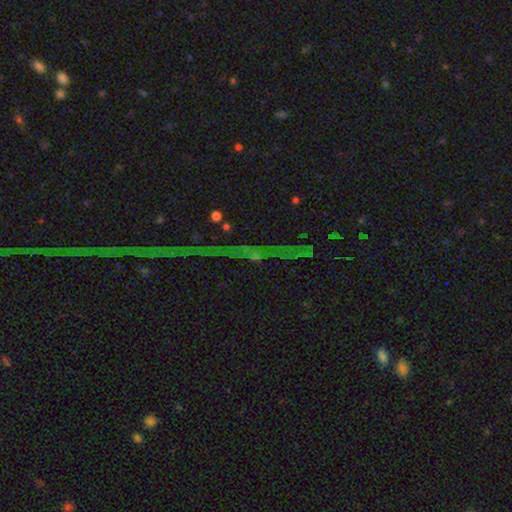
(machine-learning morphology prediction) Smooth or featured: star or artifact — 72% (featured or disk — 16%)